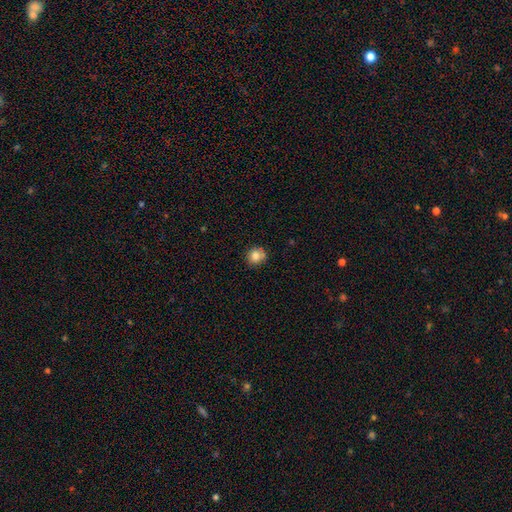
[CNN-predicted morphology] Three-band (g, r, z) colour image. It shows a smooth galaxy with no disk features (80%) that is round (87%). Merging: none (73%).